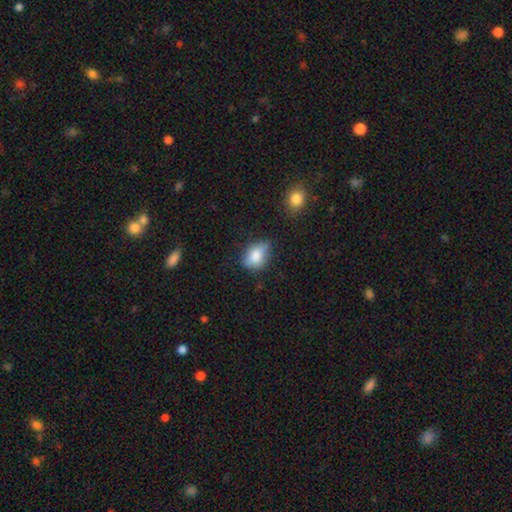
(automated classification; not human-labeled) smooth_or_featured: smooth (p=0.79) [alt: featured or disk p=0.12]
how_rounded: in between (p=0.78) [alt: round p=0.20]
merging: none (p=0.57) [alt: minor disturbance p=0.33]